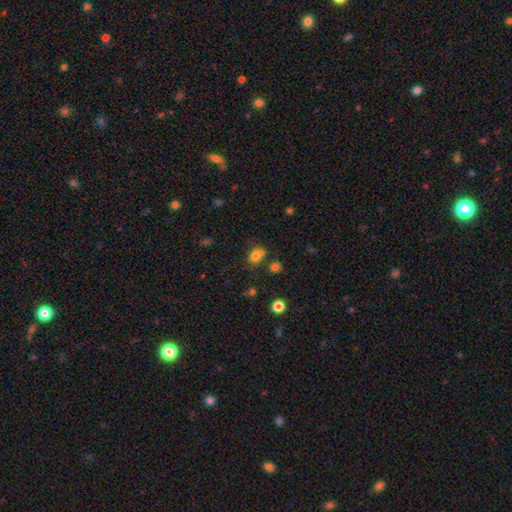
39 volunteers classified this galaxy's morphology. Volunteers were most divided on "merging": merger: 47%, none: 39%, minor disturbance: 11%, major disturbance: 3%. More confident: smooth or featured — smooth (85%); how rounded — round (64%).